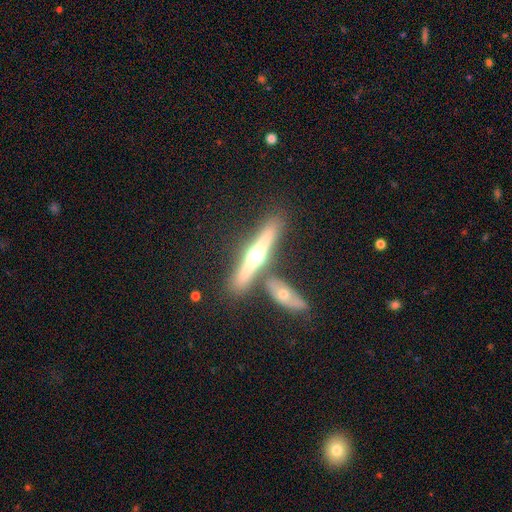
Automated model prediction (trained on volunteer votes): Overall: featured or disk (72%). Edge-on disk: yes (96%). Edge-on bulge: rounded (95%). Merging: none (70%).